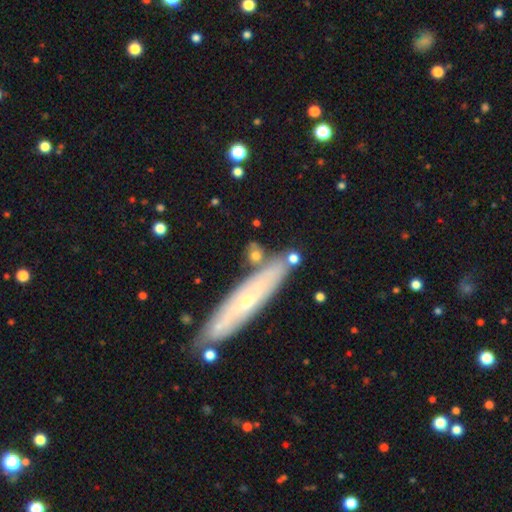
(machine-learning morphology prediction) smooth_or_featured: smooth (p=0.64) [alt: featured or disk p=0.26]
how_rounded: round (p=0.38) [alt: in between p=0.34]
merging: none (p=0.67) [alt: minor disturbance p=0.14]